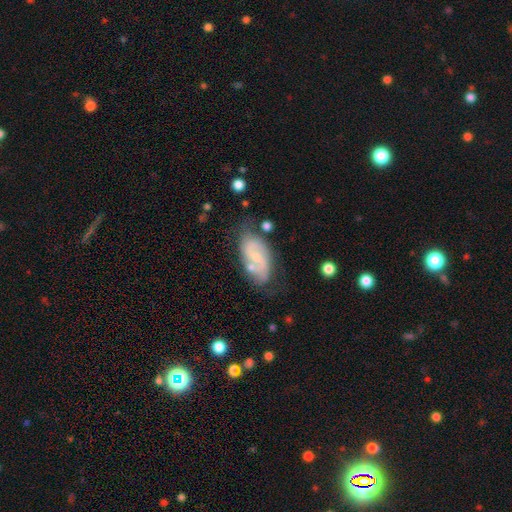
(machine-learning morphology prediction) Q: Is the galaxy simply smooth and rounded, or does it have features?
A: featured or disk — 66%.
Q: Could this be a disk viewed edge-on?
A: no — 95%.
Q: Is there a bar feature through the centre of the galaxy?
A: no — 47%.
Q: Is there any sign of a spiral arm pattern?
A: yes — 87%.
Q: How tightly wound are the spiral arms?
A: medium — 44%.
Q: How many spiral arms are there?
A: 2 — 78%.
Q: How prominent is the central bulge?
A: small — 67%.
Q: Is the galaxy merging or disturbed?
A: none — 66%.